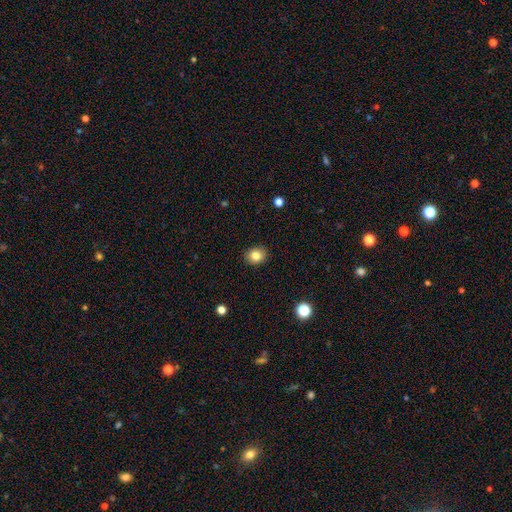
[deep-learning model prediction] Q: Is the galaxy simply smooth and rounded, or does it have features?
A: smooth — 83%.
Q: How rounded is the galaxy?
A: round — 59%.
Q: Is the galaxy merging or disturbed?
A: none — 90%.